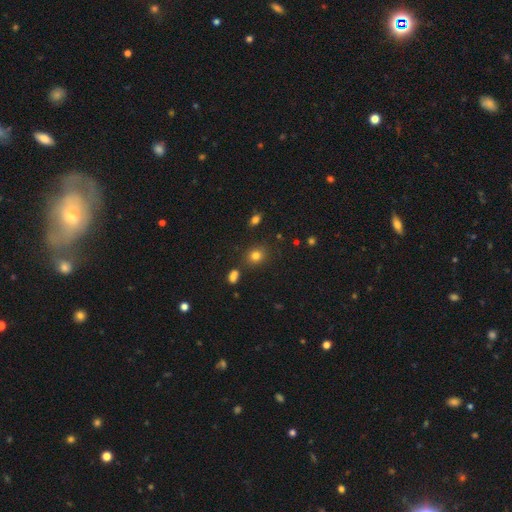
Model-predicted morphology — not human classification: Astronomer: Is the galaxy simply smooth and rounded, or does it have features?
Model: smooth — 80%.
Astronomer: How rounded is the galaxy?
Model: round — 66%.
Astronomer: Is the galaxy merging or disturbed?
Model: none — 81%.